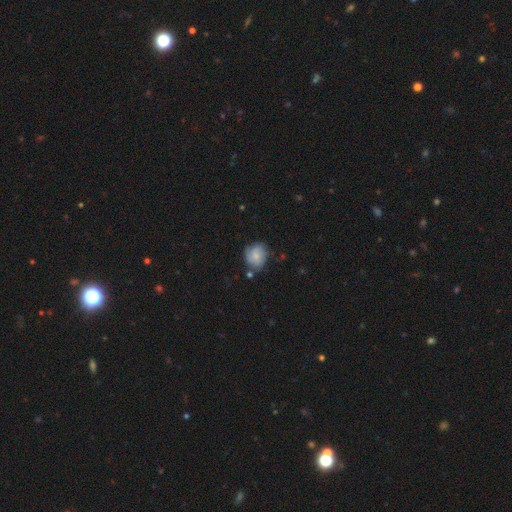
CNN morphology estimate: The model was most divided on "smooth or featured": smooth: 61%, featured or disk: 31%, star or artifact: 8%. More confident: how rounded — round (71%); merging — none (65%).